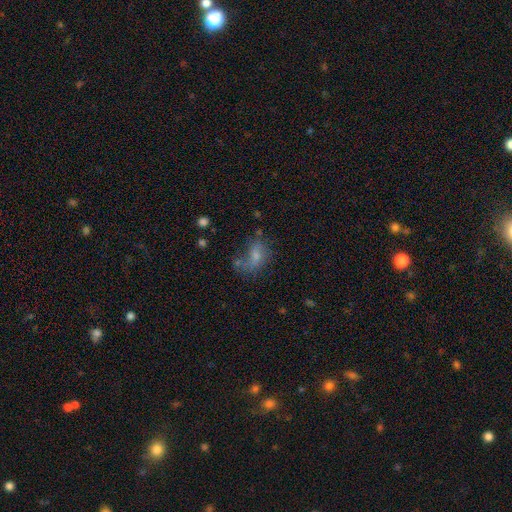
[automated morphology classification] This is possibly a smooth galaxy (46%). Merging: marginally none (43%).